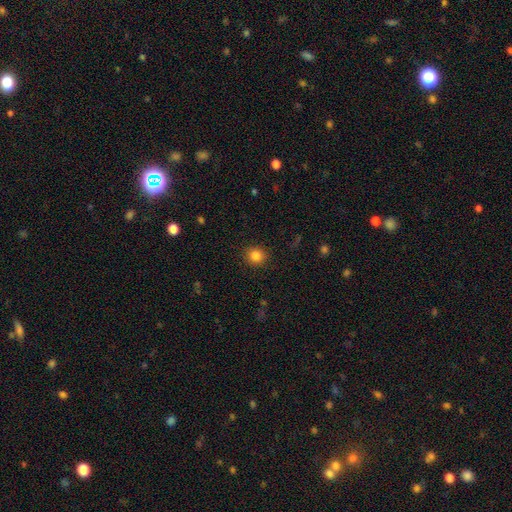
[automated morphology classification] Smooth or featured?
  - smooth: 84% *
  - star or artifact: 11%
  - featured or disk: 4%
How rounded?
  - round: 85% *
  - in between: 14%
  - cigar-shaped: 1%
Merging?
  - none: 90% *
  - minor disturbance: 6%
  - major disturbance: 2%
  - merger: 1%